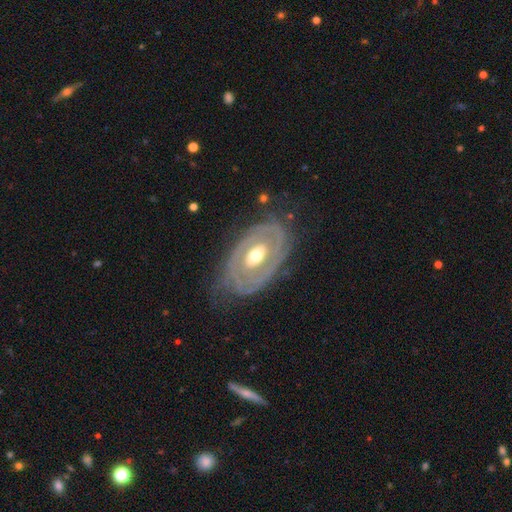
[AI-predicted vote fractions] featured or disk 81%, smooth 14%, star or artifact 5%. Down the decision tree: edge-on disk — no (94%); bar — no (72%); spiral arms — yes (70%); spiral arm count — can't tell (42%); spiral winding — tight (73%); bulge size — moderate (67%); merging — none (67%).